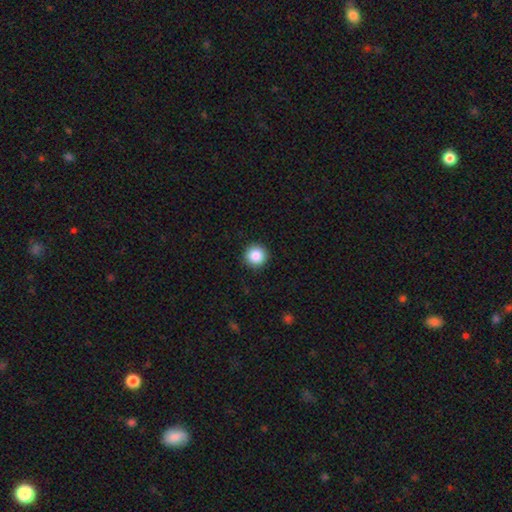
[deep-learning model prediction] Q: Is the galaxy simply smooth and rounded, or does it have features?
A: smooth — 87%.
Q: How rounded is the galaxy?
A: round — 96%.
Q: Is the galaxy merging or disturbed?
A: none — 93%.